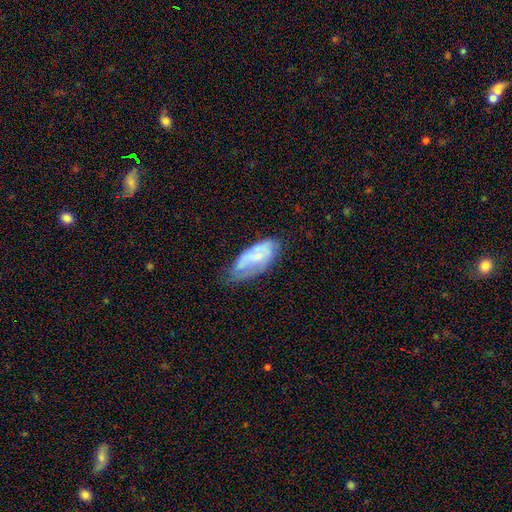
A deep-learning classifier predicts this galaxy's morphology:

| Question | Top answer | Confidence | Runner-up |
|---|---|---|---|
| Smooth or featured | smooth | 47% | featured or disk (45%) |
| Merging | none | 44% | minor disturbance (37%) |